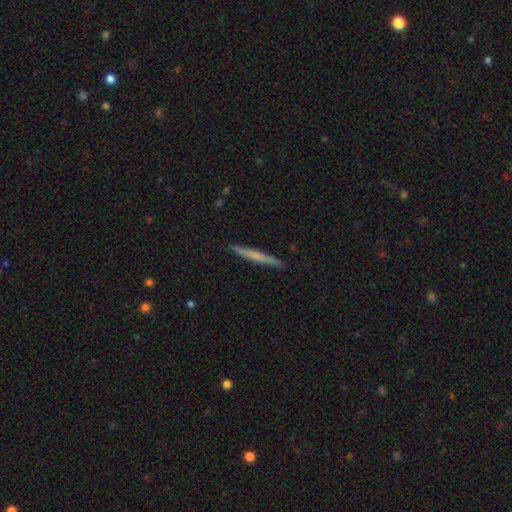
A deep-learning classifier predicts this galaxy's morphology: Smooth or featured?
  - smooth: 51% *
  - featured or disk: 43%
  - star or artifact: 6%
How rounded?
  - cigar-shaped: 96% *
  - in between: 2%
  - round: 2%
Merging?
  - none: 91% *
  - minor disturbance: 6%
  - major disturbance: 1%
  - merger: 1%